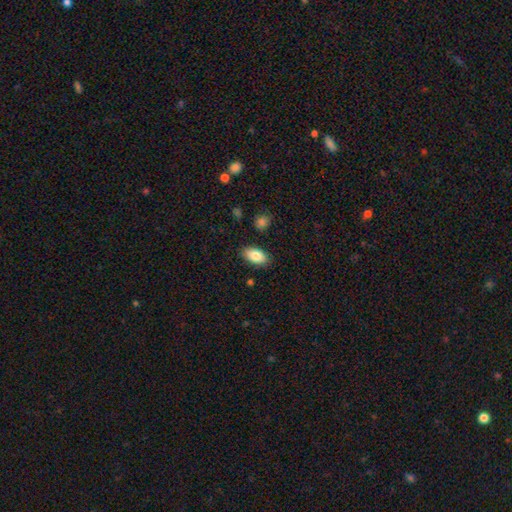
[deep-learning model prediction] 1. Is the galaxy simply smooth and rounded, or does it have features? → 84% smooth, 10% featured or disk, 7% star or artifact.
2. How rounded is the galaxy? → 94% in between, 3% round, 3% cigar-shaped.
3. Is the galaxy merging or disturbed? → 86% none, 10% minor disturbance, 2% major disturbance, 2% merger.